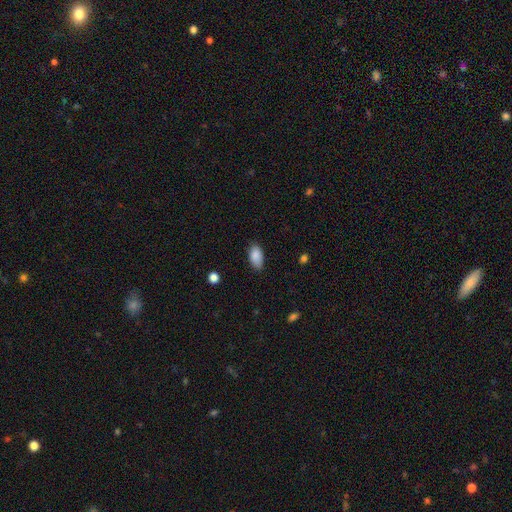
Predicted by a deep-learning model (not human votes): Morphology: type=smooth (88%); roundness=in between (93%); merging=none (80%).